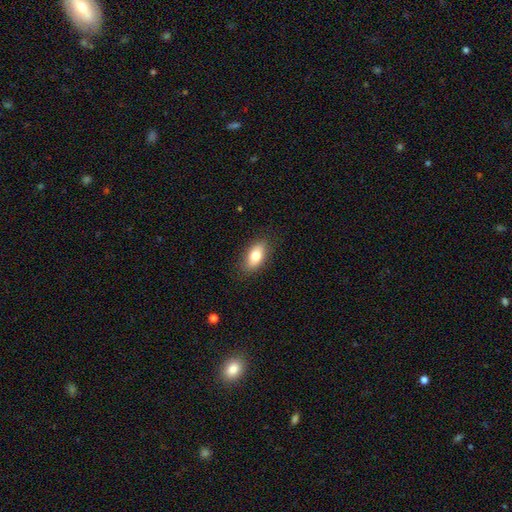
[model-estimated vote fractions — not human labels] Morphology: type=smooth (78%); roundness=in between (88%); merging=none (86%).